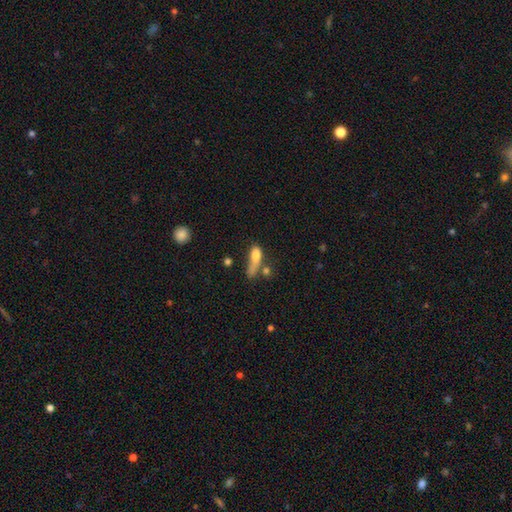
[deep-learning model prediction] smooth_or_featured: smooth (p=0.70) [alt: featured or disk p=0.20]
how_rounded: in between (p=0.54) [alt: cigar-shaped p=0.36]
merging: major disturbance (p=0.34) [alt: none p=0.24]